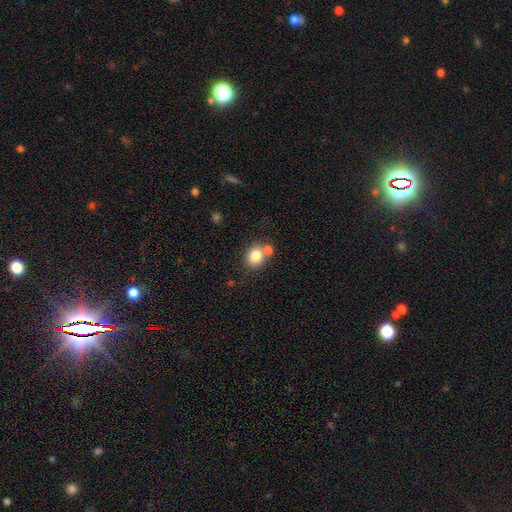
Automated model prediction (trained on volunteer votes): Smooth or featured?
  - smooth: 81% *
  - star or artifact: 10%
  - featured or disk: 9%
How rounded?
  - round: 70% *
  - in between: 29%
  - cigar-shaped: 1%
Merging?
  - none: 60% *
  - merger: 27%
  - minor disturbance: 10%
  - major disturbance: 3%